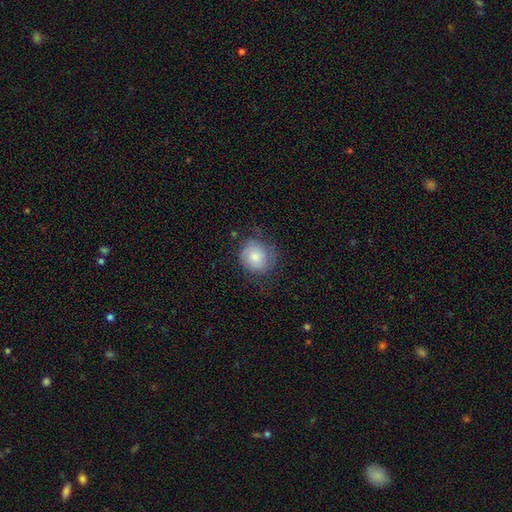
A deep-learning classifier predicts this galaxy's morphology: Smooth or featured: smooth — 68% (featured or disk — 24%)
How rounded: round — 84% (in between — 15%)
Merging: none — 64% (minor disturbance — 25%)